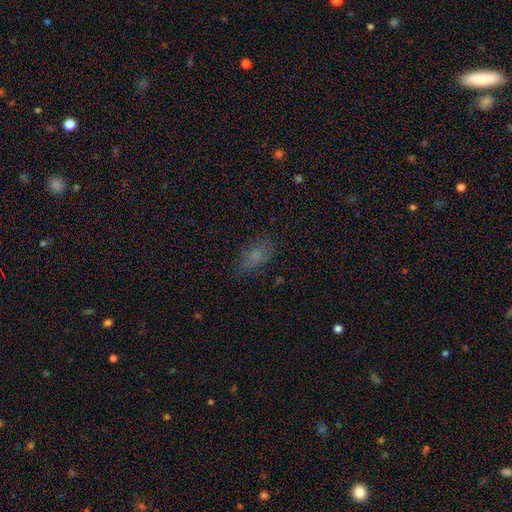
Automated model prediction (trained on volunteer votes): smooth 66%, star or artifact 17%, featured or disk 17%. Down the decision tree: how rounded — in between (81%); merging — none (71%).